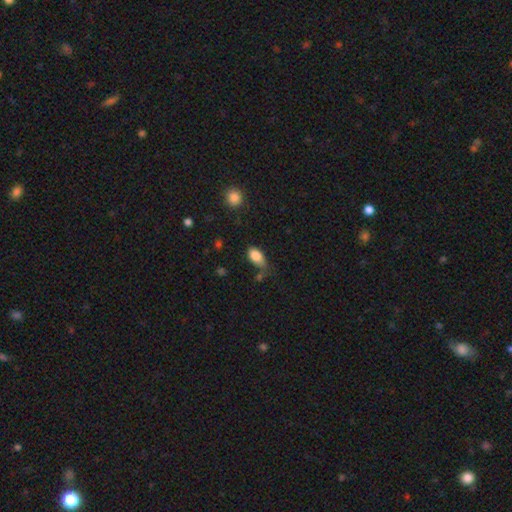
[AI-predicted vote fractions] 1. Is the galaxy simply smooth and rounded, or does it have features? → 85% smooth, 8% star or artifact, 7% featured or disk.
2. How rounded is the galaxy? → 90% in between, 6% round, 4% cigar-shaped.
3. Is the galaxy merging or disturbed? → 54% none, 31% minor disturbance, 9% major disturbance, 6% merger.